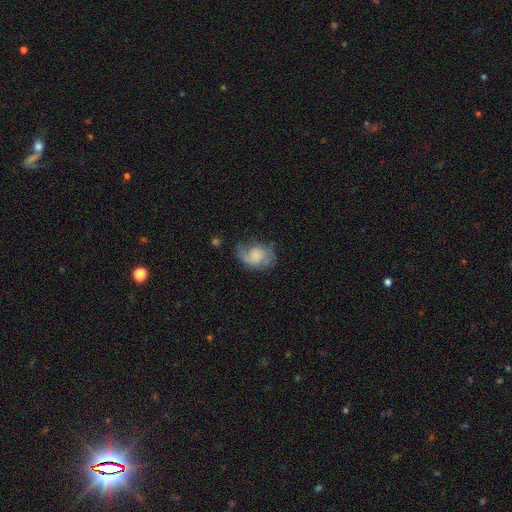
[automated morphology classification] Smooth or featured? featured or disk (52%)
Edge-on disk? no (97%)
Bar? no (72%)
Spiral arms? yes (83%)
Bulge size? none (35%)
Merging? none (45%)